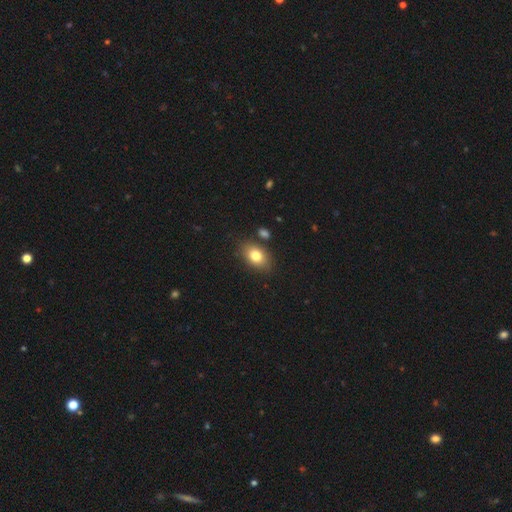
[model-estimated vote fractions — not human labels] This appears to be a smooth galaxy with no disk features (80%) that is in between round and cigar-shaped (83%). Merging: none (80%).